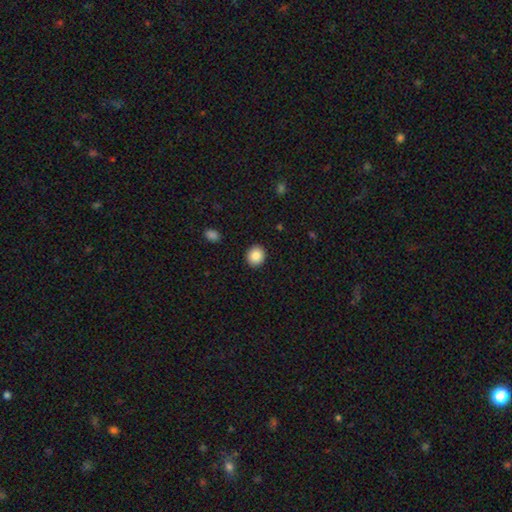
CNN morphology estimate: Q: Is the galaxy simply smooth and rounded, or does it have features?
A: smooth — 87%.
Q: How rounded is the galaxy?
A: round — 80%.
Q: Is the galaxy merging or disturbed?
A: none — 92%.